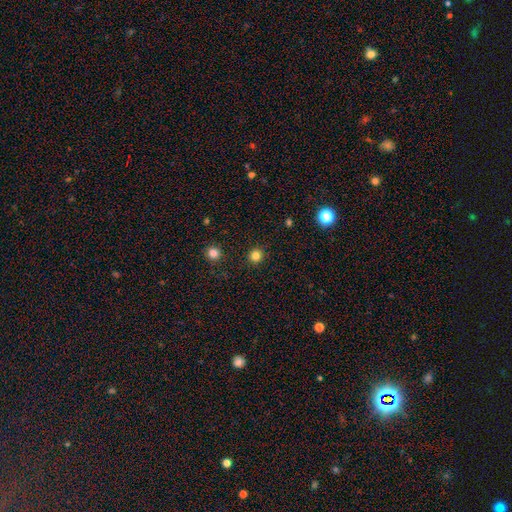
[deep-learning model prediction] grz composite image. It shows a smooth galaxy with no disk features (82%) that is round (94%). Merging: none (92%).